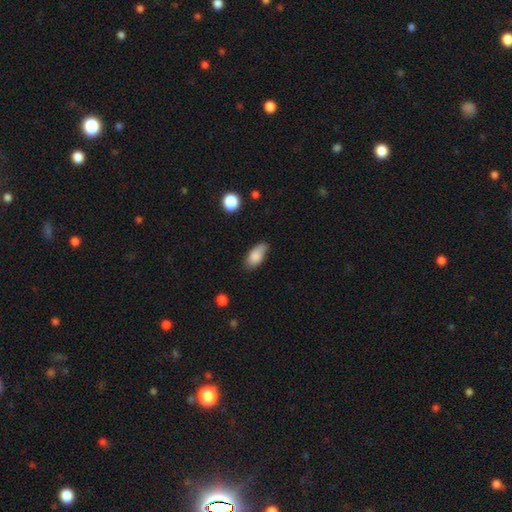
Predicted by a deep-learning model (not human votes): The model was most divided on "merging": none: 68%, minor disturbance: 26%, major disturbance: 5%, merger: 2%. More confident: how rounded — in between (90%); smooth or featured — smooth (84%).